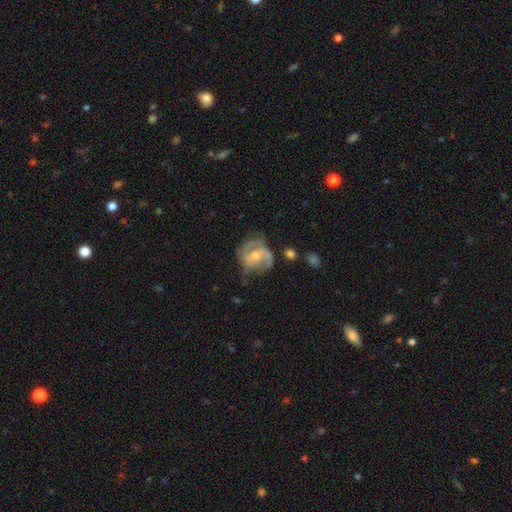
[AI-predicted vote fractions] The model was most divided on "spiral winding": medium: 44%, tight: 39%, loose: 17%. More confident: edge-on disk — no (98%); spiral arms — yes (88%); smooth or featured — featured or disk (77%); bulge size — moderate (59%); merging — none (57%); spiral arm count — 2 (56%); bar — no (50%).